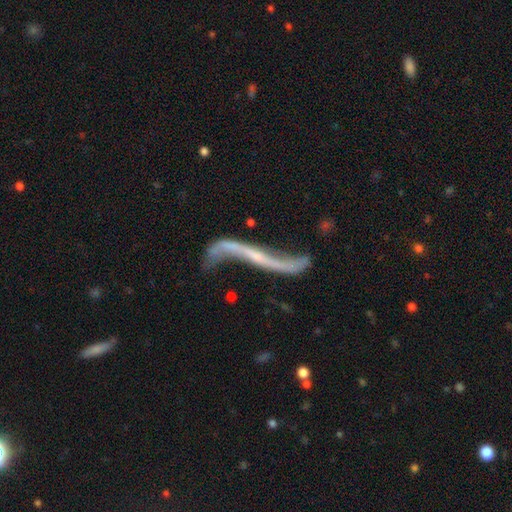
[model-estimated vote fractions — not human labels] The model was most divided on "bar": no: 42%, strong: 30%, weak: 28%. More confident: spiral winding — loose (94%); spiral arm count — 2 (92%); spiral arms — yes (91%); smooth or featured — featured or disk (87%); edge-on disk — no (66%); bulge size — small (63%); merging — none (57%).